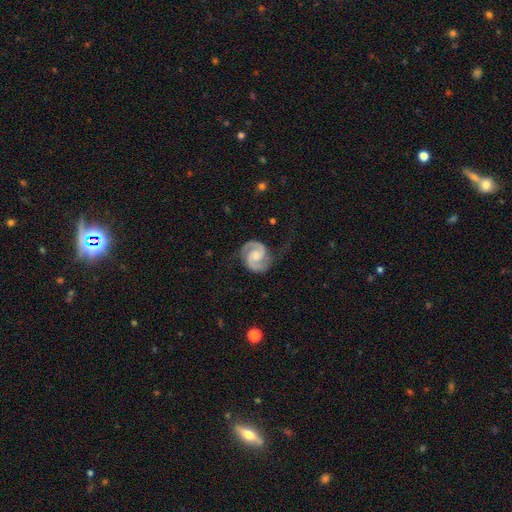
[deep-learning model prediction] Smooth or featured: featured or disk — 91% (smooth — 5%)
Edge-on disk: no — 98% (yes — 2%)
Bar: no — 54% (weak — 37%)
Spiral arms: yes — 98% (no — 2%)
Spiral winding: medium — 50% (tight — 41%)
Spiral arm count: 2 — 94% (can't tell — 2%)
Bulge size: moderate — 43% (small — 36%)
Merging: none — 74% (minor disturbance — 17%)